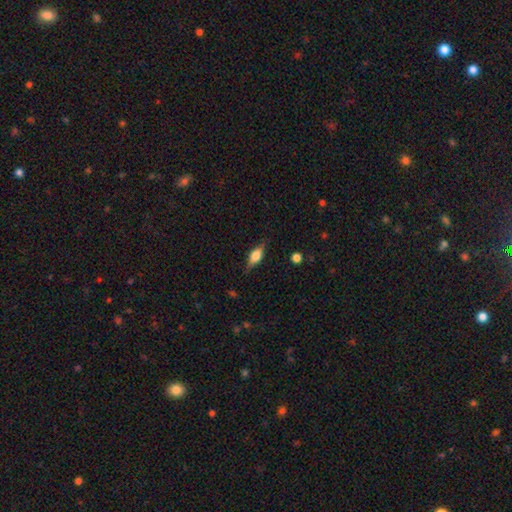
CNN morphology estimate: The model was most divided on "smooth or featured": smooth: 51%, featured or disk: 41%, star or artifact: 8%. More confident: merging — none (79%); how rounded — in between (70%).